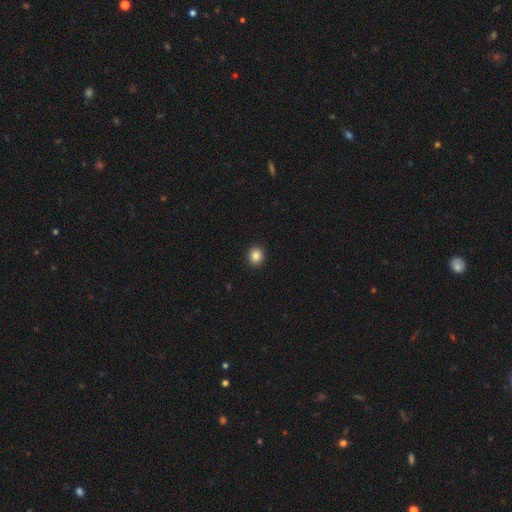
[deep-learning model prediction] A smooth galaxy with no disk features (86%) that is round (84%). Merging: none (93%).